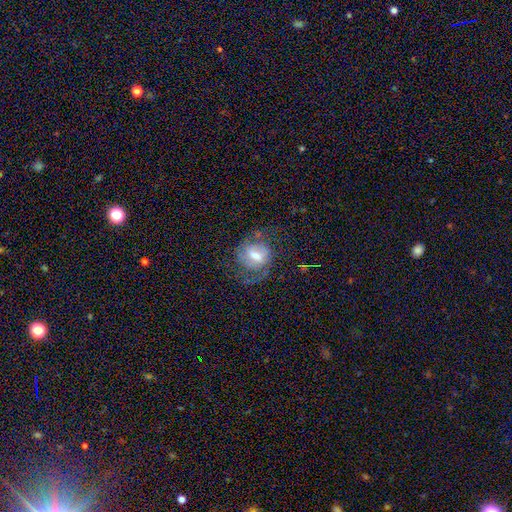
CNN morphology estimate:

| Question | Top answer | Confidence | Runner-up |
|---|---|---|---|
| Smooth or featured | featured or disk | 62% | smooth (29%) |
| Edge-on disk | no | 96% | yes (4%) |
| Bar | weak | 51% | strong (29%) |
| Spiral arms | yes | 80% | no (20%) |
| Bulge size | moderate | 56% | small (21%) |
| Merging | none | 55% | major disturbance (22%) |